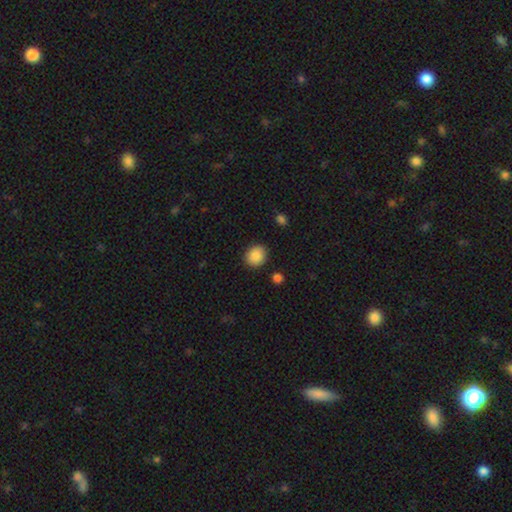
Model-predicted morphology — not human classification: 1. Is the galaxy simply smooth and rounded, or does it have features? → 88% smooth, 8% star or artifact, 4% featured or disk.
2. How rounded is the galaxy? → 72% round, 27% in between, 1% cigar-shaped.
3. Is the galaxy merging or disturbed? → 87% none, 9% minor disturbance, 2% major disturbance, 2% merger.